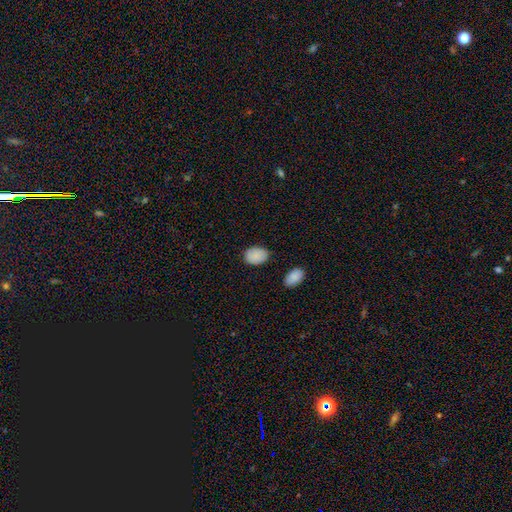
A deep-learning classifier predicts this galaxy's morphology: Smooth or featured: smooth — 88% (star or artifact — 7%)
How rounded: in between — 78% (round — 21%)
Merging: none — 77% (minor disturbance — 17%)